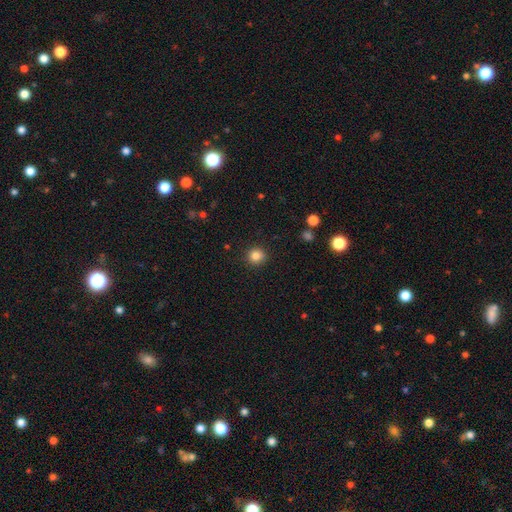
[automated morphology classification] Q: Smooth or featured?
A: smooth (83%); runner-up: star or artifact (11%)
Q: How rounded?
A: round (91%); runner-up: in between (8%)
Q: Merging?
A: none (91%); runner-up: minor disturbance (6%)